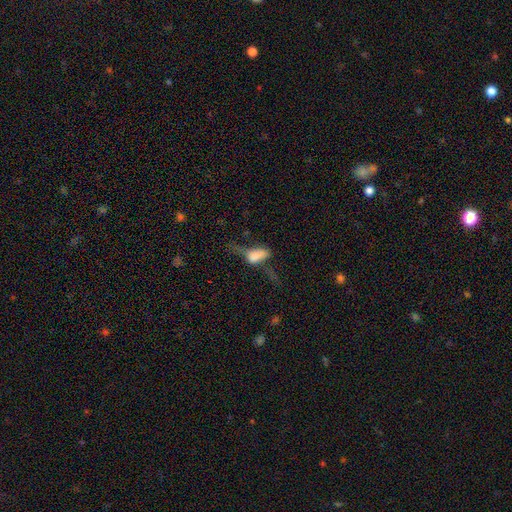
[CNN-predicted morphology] Smooth or featured? smooth (57%)
How rounded? in between (80%)
Merging? major disturbance (47%)